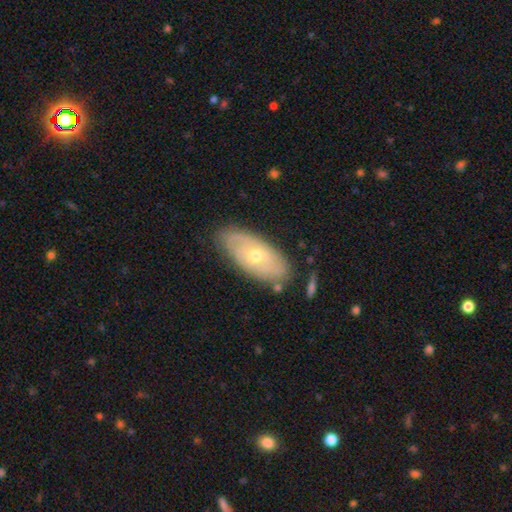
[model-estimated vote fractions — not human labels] A featured or disk galaxy (62%) with no bar (73%), spiral arms (69%) and a moderate central bulge (53%). Merging: none (73%).